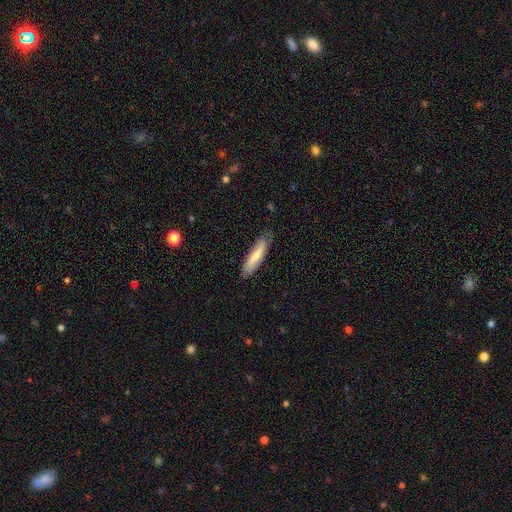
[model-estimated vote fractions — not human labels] smooth 63%, featured or disk 32%, star or artifact 6%. Down the decision tree: how rounded — cigar-shaped (73%); merging — none (81%).